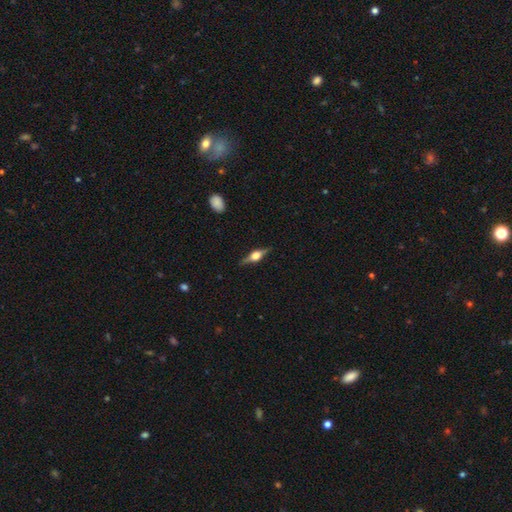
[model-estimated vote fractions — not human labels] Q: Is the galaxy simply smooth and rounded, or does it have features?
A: featured or disk — 76%.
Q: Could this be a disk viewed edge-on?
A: yes — 97%.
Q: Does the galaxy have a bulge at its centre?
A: rounded — 93%.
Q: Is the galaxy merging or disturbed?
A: none — 87%.